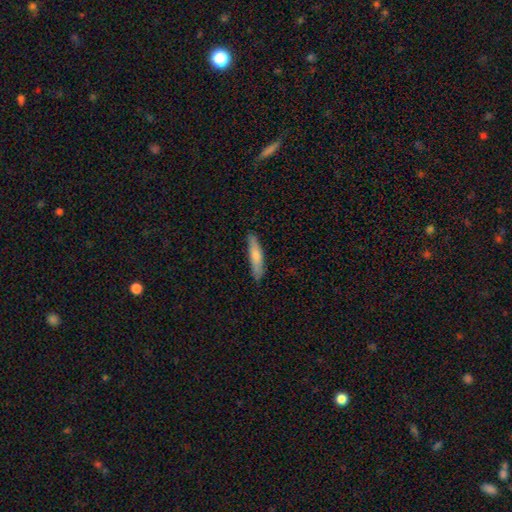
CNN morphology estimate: smooth-or-featured: smooth: 76% | featured or disk: 19% | star or artifact: 5%
  how-rounded: cigar-shaped: 82% | in between: 16% | round: 1%
  merging: none: 86% | minor disturbance: 11% | major disturbance: 2% | merger: 1%